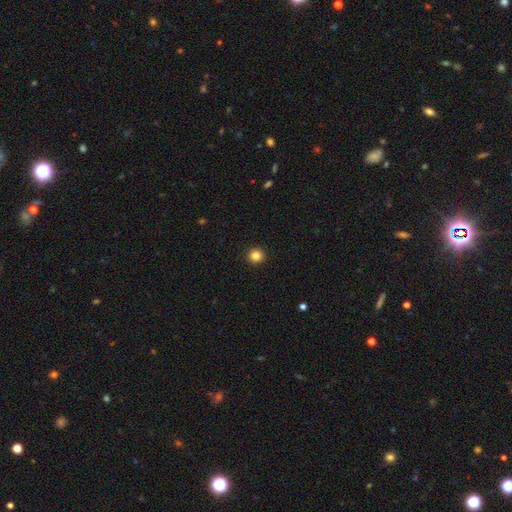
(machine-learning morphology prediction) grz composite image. It shows a smooth galaxy with no disk features (85%) that is round (95%). Merging: none (94%).